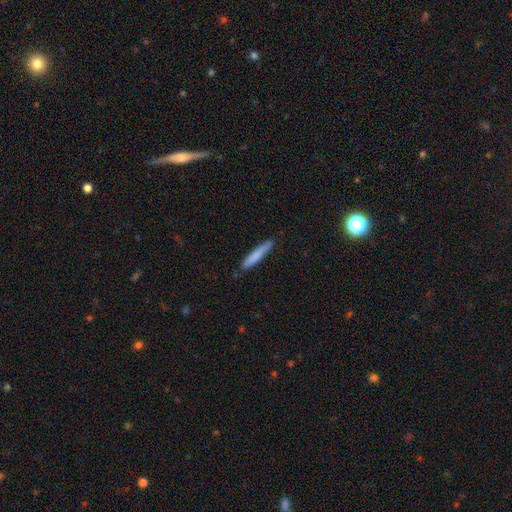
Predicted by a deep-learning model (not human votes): smooth_or_featured: smooth (p=0.76) [alt: featured or disk p=0.19]
how_rounded: cigar-shaped (p=0.95) [alt: in between p=0.04]
merging: none (p=0.85) [alt: minor disturbance p=0.12]